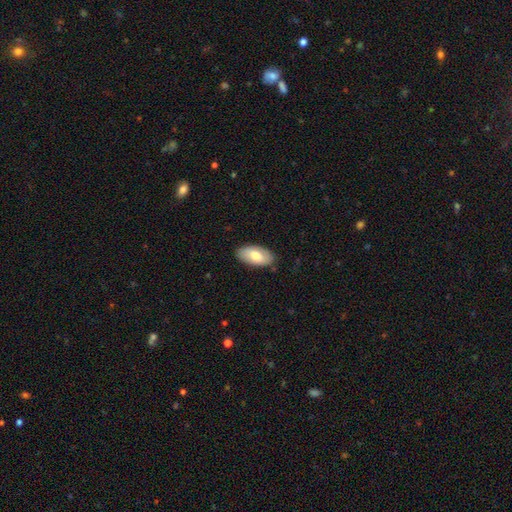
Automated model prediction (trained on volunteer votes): smooth 70%, featured or disk 24%, star or artifact 6%. Down the decision tree: how rounded — in between (95%); merging — none (85%).